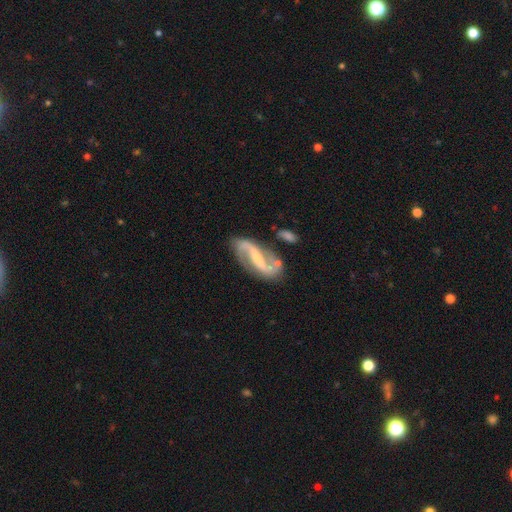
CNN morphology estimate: The model was most divided on "bar": strong: 48%, weak: 33%, no: 19%. More confident: spiral arms — yes (96%); edge-on disk — no (95%); spiral arm count — 2 (92%); smooth or featured — featured or disk (87%); merging — none (69%); spiral winding — loose (53%); bulge size — small (51%).